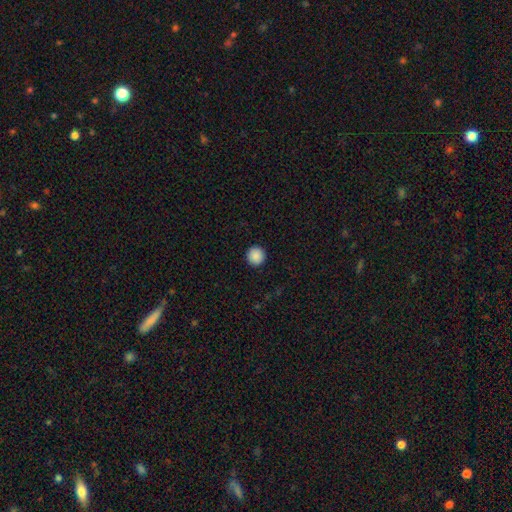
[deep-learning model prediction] Smooth or featured? Predicted: smooth (p=0.89). How rounded? Predicted: round (p=0.95). Merging? Predicted: none (p=0.93).